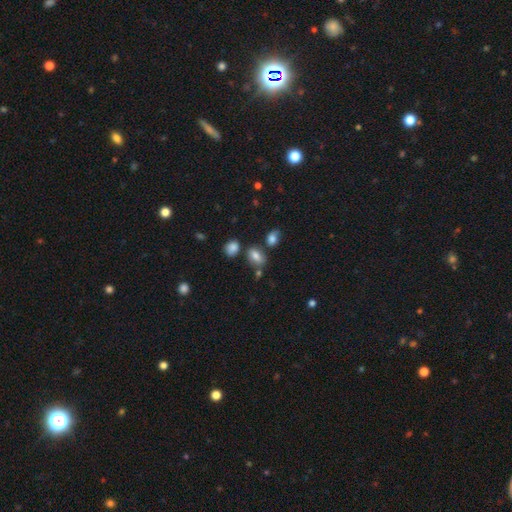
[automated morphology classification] Smooth or featured? smooth (76%)
How rounded? in between (80%)
Merging? none (62%)